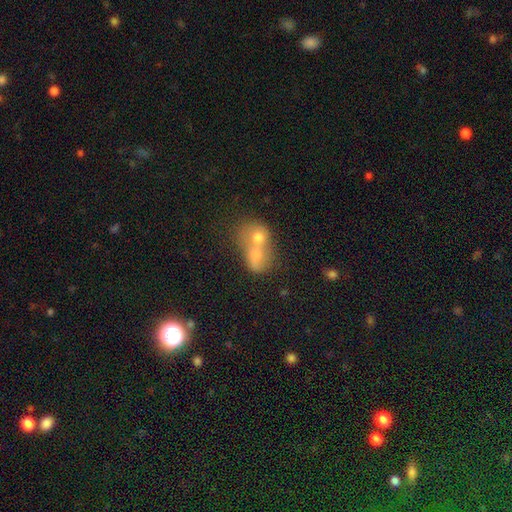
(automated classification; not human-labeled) smooth_or_featured: smooth (p=0.66) [alt: featured or disk p=0.24]
how_rounded: round (p=0.51) [alt: in between p=0.48]
merging: merger (p=0.80) [alt: none p=0.11]